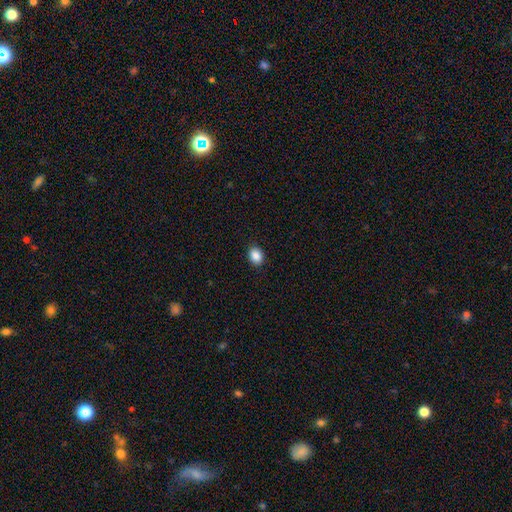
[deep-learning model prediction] Smooth or featured?
  - smooth: 88% *
  - star or artifact: 9%
  - featured or disk: 3%
How rounded?
  - in between: 61% *
  - round: 38%
  - cigar-shaped: 1%
Merging?
  - none: 90% *
  - minor disturbance: 7%
  - major disturbance: 2%
  - merger: 1%